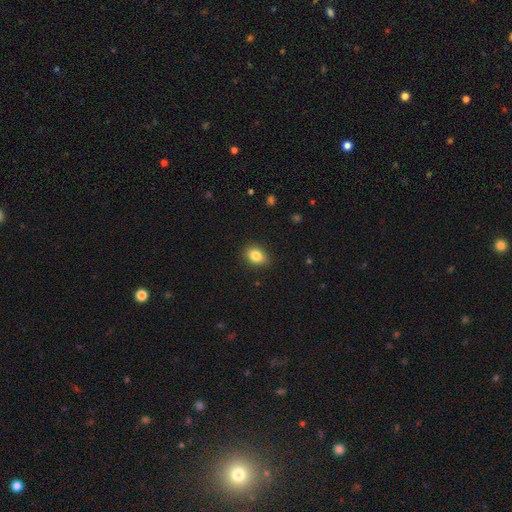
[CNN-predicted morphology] This appears to be a smooth galaxy with no disk features (84%) that is in between round and cigar-shaped (72%). Merging: none (88%).